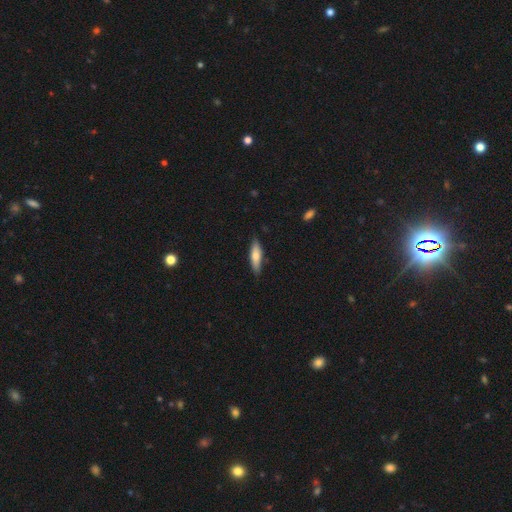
This appears to be a smooth galaxy with no disk features (65%) that is cigar-shaped (69%). Merging: none (72%).